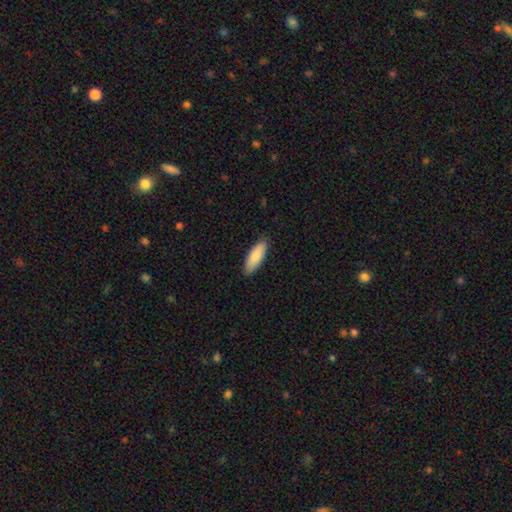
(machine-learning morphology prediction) smooth 85%, featured or disk 9%, star or artifact 5%. Down the decision tree: how rounded — in between (66%); merging — none (87%).